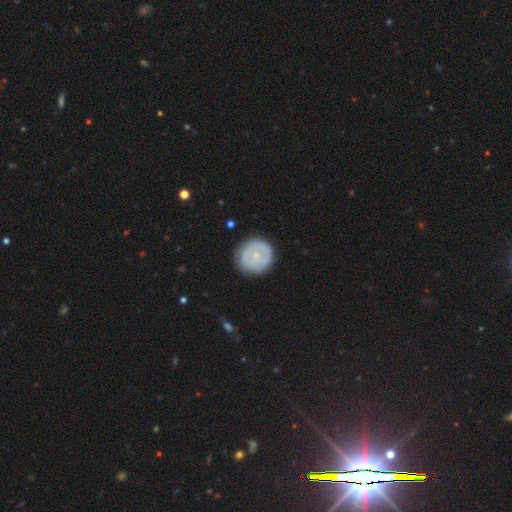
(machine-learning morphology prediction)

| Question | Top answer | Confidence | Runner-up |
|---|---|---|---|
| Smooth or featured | featured or disk | 48% | smooth (46%) |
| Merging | none | 82% | minor disturbance (13%) |